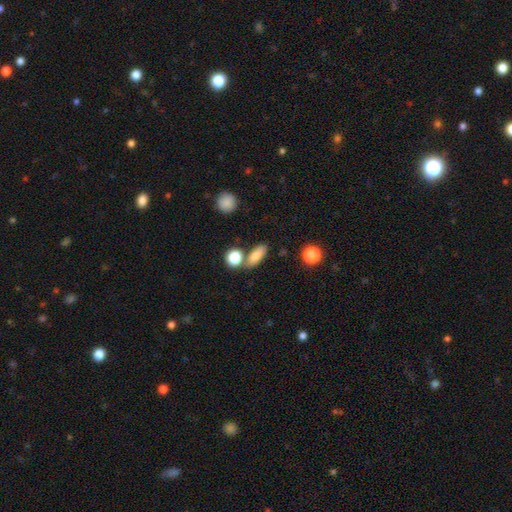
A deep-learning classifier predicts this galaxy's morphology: Overall: smooth (80%). How rounded: in between (66%). Merging: none (69%).